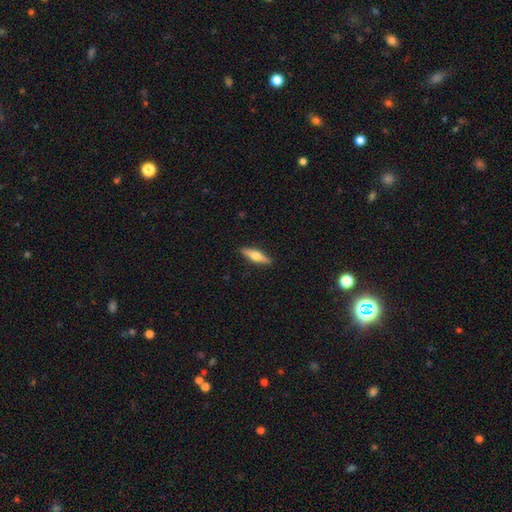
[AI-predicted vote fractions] The model was most divided on "smooth or featured": smooth: 50%, featured or disk: 45%, star or artifact: 5%. More confident: merging — none (90%); how rounded — cigar-shaped (69%).